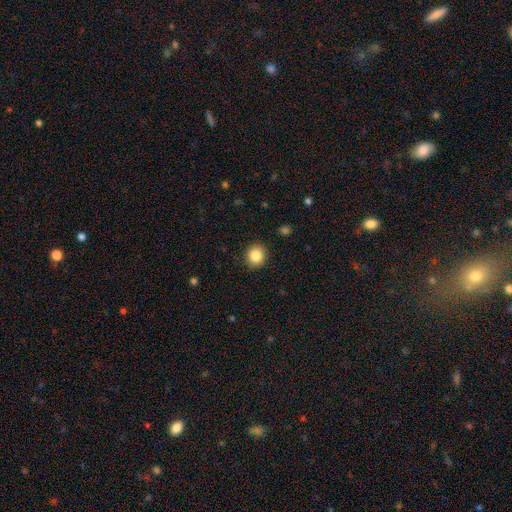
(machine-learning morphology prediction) Smooth or featured: smooth — 85% (star or artifact — 10%)
How rounded: round — 86% (in between — 13%)
Merging: none — 91% (minor disturbance — 6%)